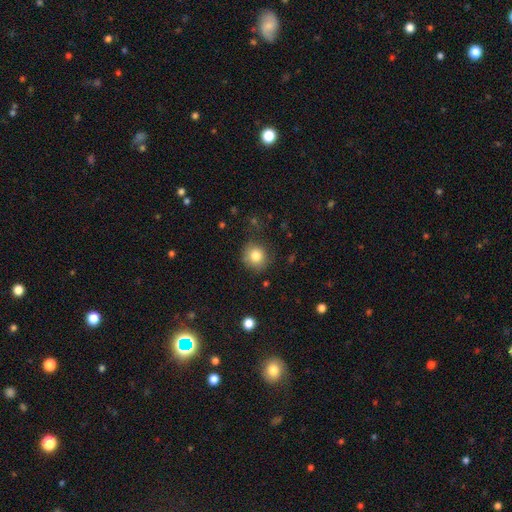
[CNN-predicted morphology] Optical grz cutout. It shows a smooth galaxy with no disk features (83%) that is round (88%). Merging: none (81%).